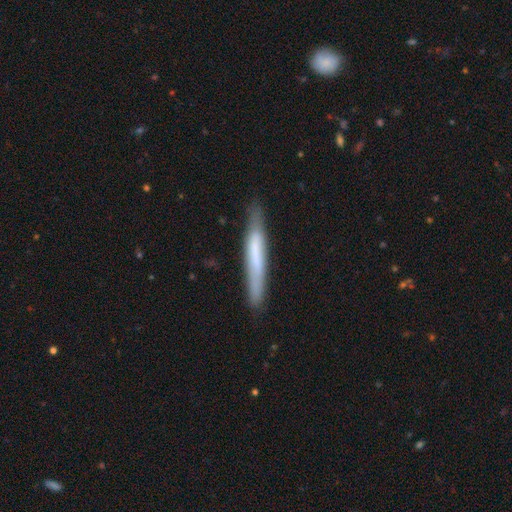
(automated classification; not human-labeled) Morphology: type=smooth (54%); roundness=cigar-shaped (95%); merging=none (82%).